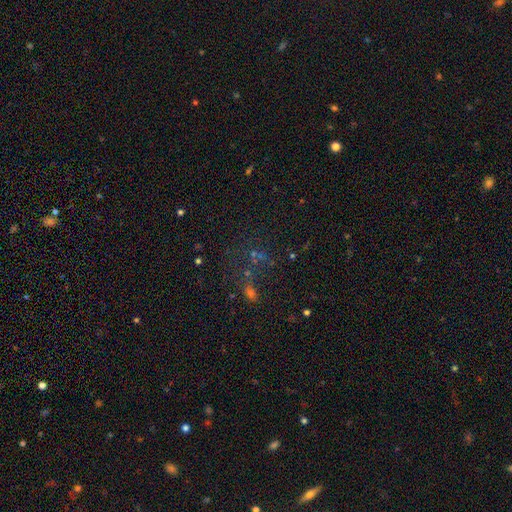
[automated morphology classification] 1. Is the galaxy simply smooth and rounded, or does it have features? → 50% star or artifact, 29% smooth, 21% featured or disk.